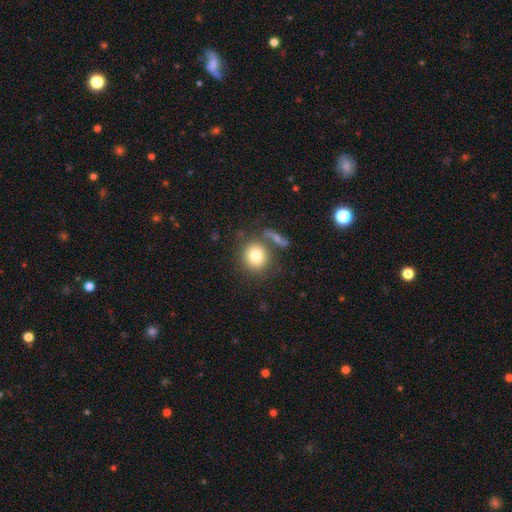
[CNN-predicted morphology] smooth-or-featured: smooth: 79% | featured or disk: 11% | star or artifact: 10%
  how-rounded: round: 86% | in between: 13% | cigar-shaped: 1%
  merging: none: 71% | merger: 12% | minor disturbance: 12% | major disturbance: 6%